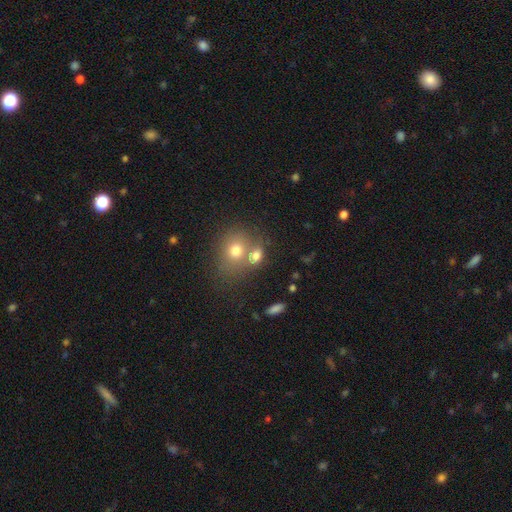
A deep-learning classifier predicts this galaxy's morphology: smooth 73%, featured or disk 15%, star or artifact 13%. Down the decision tree: how rounded — in between (57%); merging — merger (47%).